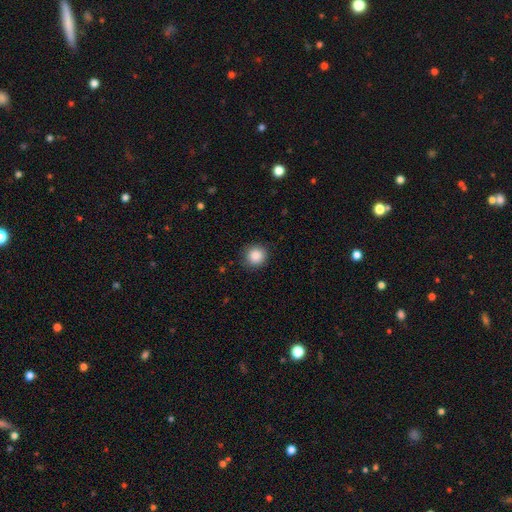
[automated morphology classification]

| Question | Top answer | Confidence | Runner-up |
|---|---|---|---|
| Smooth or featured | smooth | 88% | star or artifact (9%) |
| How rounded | round | 91% | in between (8%) |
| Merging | none | 86% | minor disturbance (10%) |